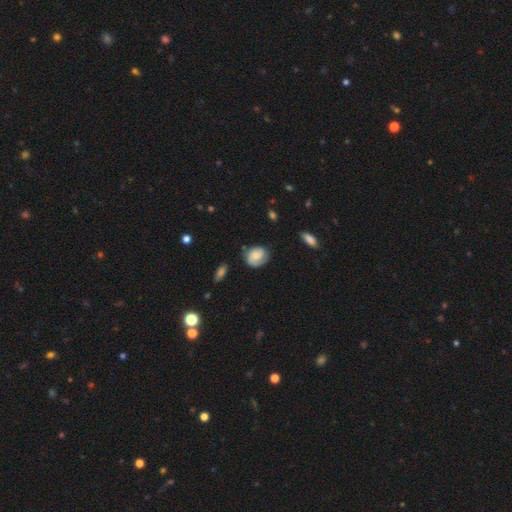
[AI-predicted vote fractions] This appears to be a featured or disk galaxy (47%). Merging: none (68%).